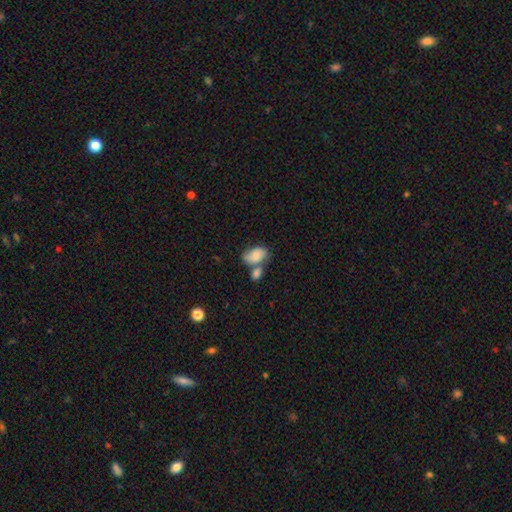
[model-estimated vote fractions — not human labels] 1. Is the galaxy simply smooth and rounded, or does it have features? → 74% smooth, 19% featured or disk, 8% star or artifact.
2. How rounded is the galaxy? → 90% in between, 8% round, 2% cigar-shaped.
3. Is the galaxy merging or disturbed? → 44% merger, 31% none, 17% minor disturbance, 7% major disturbance.